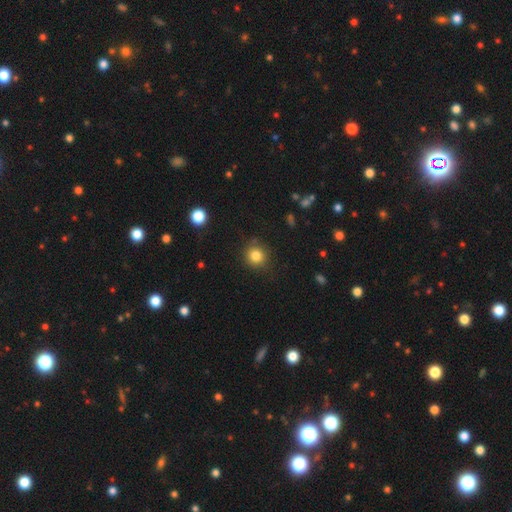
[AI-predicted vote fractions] This appears to be a smooth galaxy with no disk features (82%) that is round (90%). Merging: none (85%).